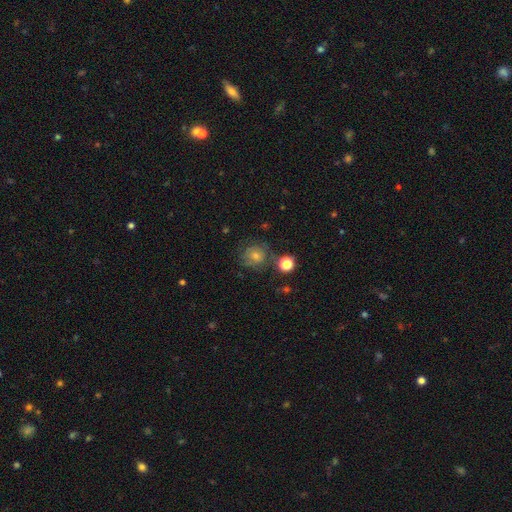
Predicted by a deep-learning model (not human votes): Morphology: type=smooth (50%); merging=none (74%).